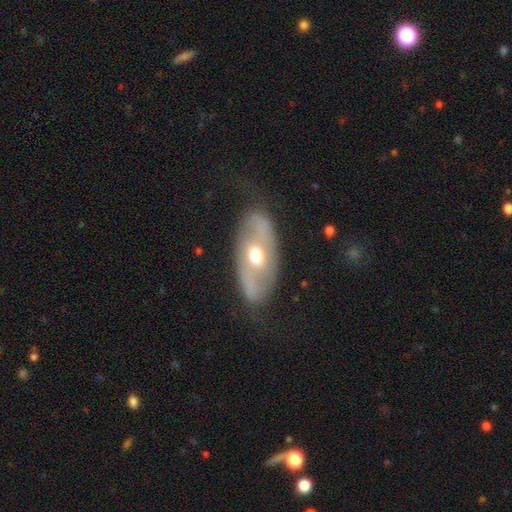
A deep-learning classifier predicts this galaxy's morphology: Overall: featured or disk (60%; smooth 33%). Edge-on disk: no (85%). Bar: no (65%). Spiral arms: no (61%; yes 39%). Bulge size: moderate (73%). Merging: none (69%).